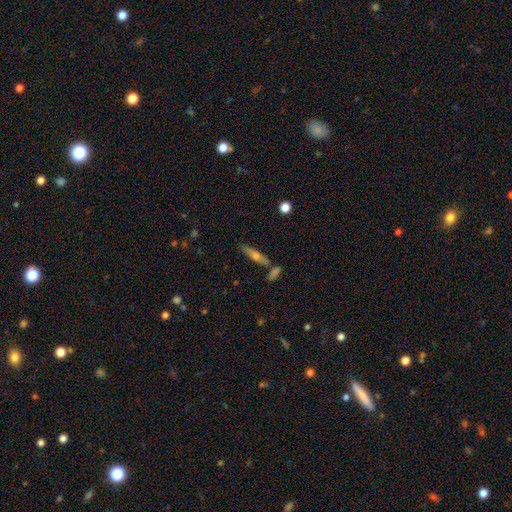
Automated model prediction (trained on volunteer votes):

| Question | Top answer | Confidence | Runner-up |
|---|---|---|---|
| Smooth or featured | featured or disk | 51% | smooth (41%) |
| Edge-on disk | yes | 91% | no (9%) |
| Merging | none | 74% | merger (12%) |